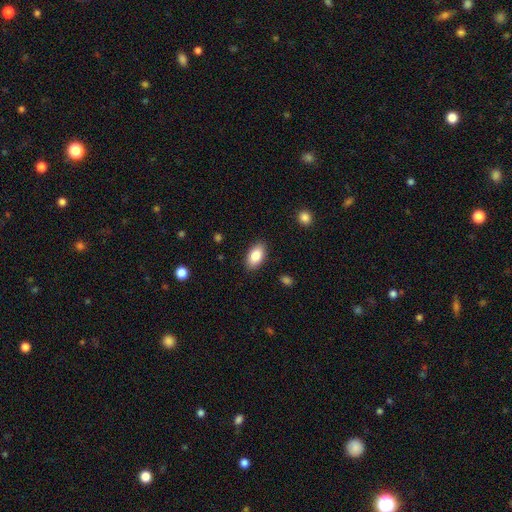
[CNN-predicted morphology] This is clearly a smooth galaxy (85%). How rounded: clearly in between (93%). Merging: clearly none (87%).